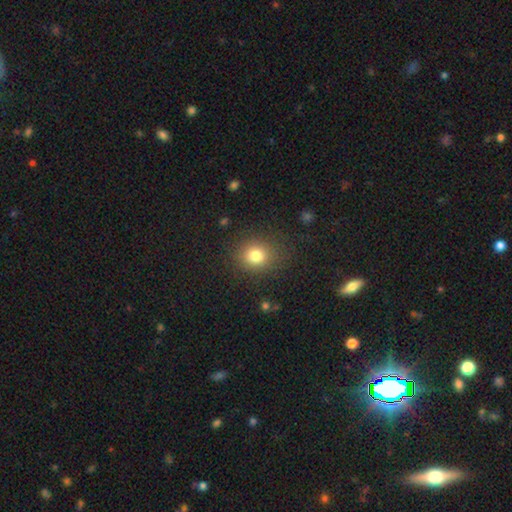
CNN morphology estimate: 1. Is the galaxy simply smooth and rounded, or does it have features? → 80% smooth, 12% star or artifact, 7% featured or disk.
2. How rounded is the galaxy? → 72% round, 27% in between, 1% cigar-shaped.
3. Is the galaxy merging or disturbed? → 84% none, 10% minor disturbance, 5% major disturbance, 1% merger.